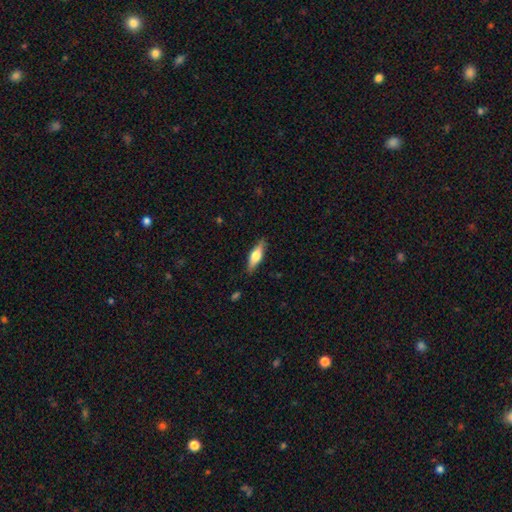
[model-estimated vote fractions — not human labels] Morphology: type=smooth (50%); merging=none (87%).